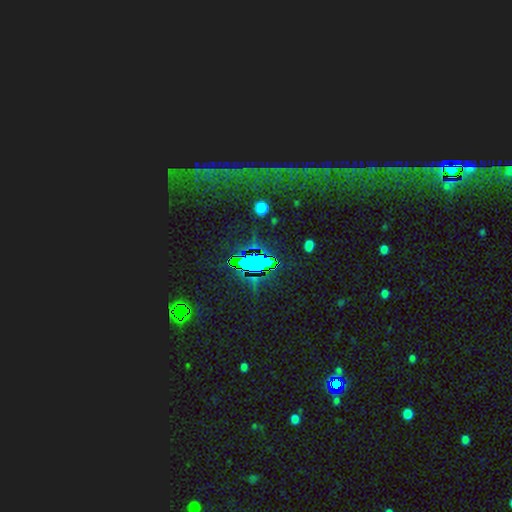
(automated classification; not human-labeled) Overall: star or artifact (74%).